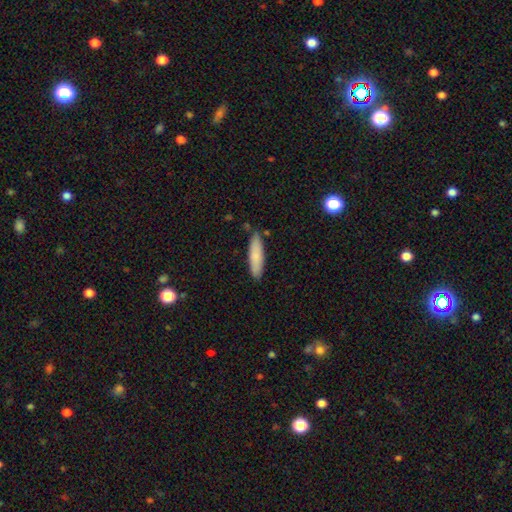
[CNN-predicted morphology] Smooth or featured? Predicted: smooth (p=0.81). How rounded? Predicted: cigar-shaped (p=0.73). Merging? Predicted: none (p=0.81).